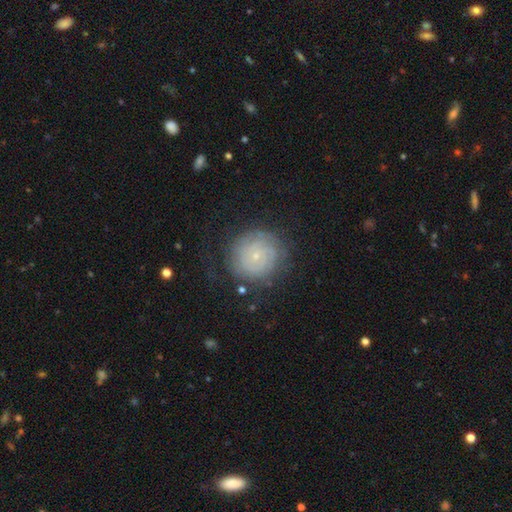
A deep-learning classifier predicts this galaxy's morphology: smooth_or_featured: featured or disk (p=0.61) [alt: smooth p=0.29]
disk_edge_on: no (p=0.97) [alt: yes p=0.03]
bar: no (p=0.81) [alt: weak p=0.15]
has_spiral_arms: yes (p=0.87) [alt: no p=0.13]
spiral_winding: tight (p=0.78) [alt: medium p=0.16]
spiral_arm_count: can't tell (p=0.46) [alt: 2 p=0.25]
bulge_size: small (p=0.83) [alt: moderate p=0.12]
merging: none (p=0.76) [alt: minor disturbance p=0.15]